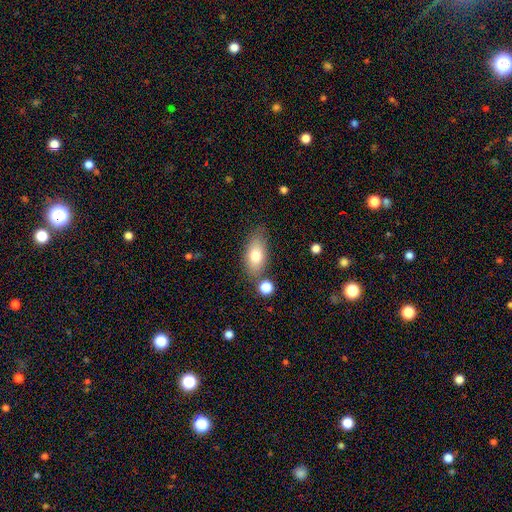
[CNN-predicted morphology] Smooth or featured? smooth (77%)
How rounded? in between (88%)
Merging? none (74%)